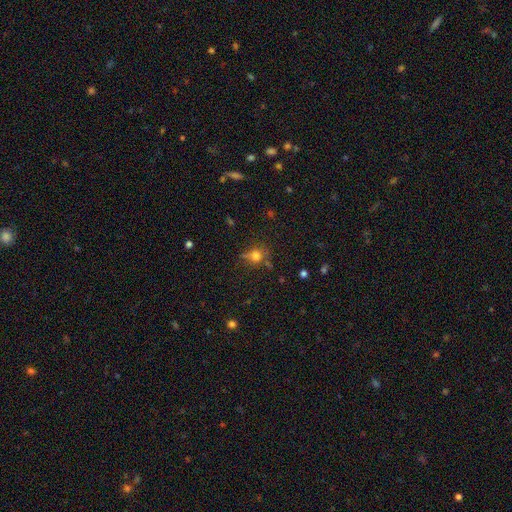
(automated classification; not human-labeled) This appears to be a smooth galaxy with no disk features (68%) that is round (80%). Merging: none (63%).